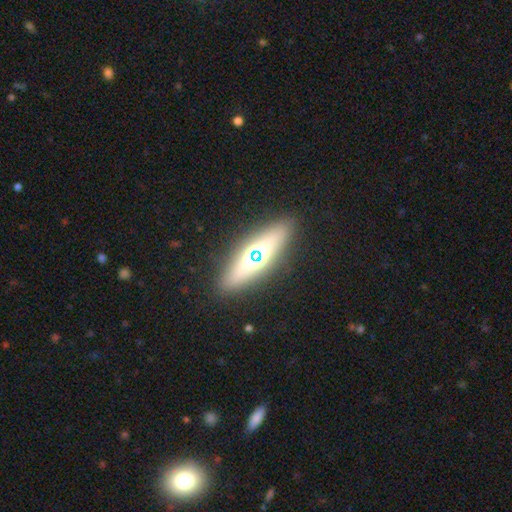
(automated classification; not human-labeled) Smooth or featured: smooth — 43% (featured or disk — 38%)
Merging: none — 87% (minor disturbance — 8%)